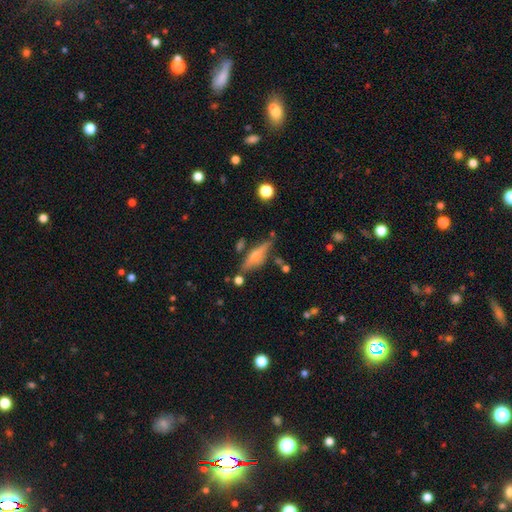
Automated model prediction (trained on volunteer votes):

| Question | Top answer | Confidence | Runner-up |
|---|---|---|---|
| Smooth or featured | featured or disk | 52% | smooth (40%) |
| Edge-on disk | yes | 89% | no (11%) |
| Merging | none | 67% | minor disturbance (18%) |